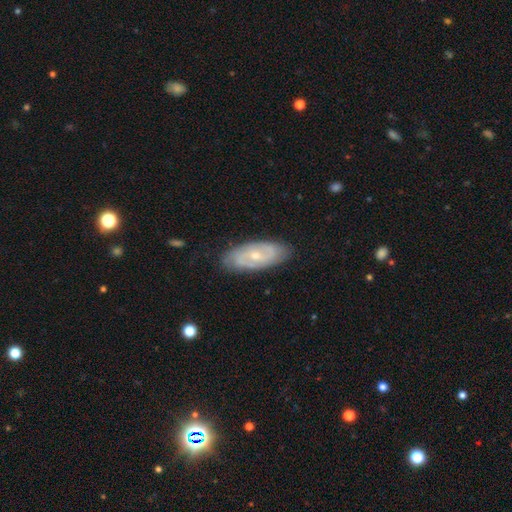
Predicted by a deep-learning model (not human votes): smooth_or_featured: featured or disk (p=0.74) [alt: smooth p=0.20]
disk_edge_on: no (p=0.91) [alt: yes p=0.09]
bar: no (p=0.60) [alt: weak p=0.33]
has_spiral_arms: yes (p=0.85) [alt: no p=0.15]
spiral_winding: tight (p=0.55) [alt: medium p=0.34]
spiral_arm_count: 2 (p=0.58) [alt: can't tell p=0.27]
bulge_size: small (p=0.58) [alt: moderate p=0.39]
merging: none (p=0.82) [alt: minor disturbance p=0.14]